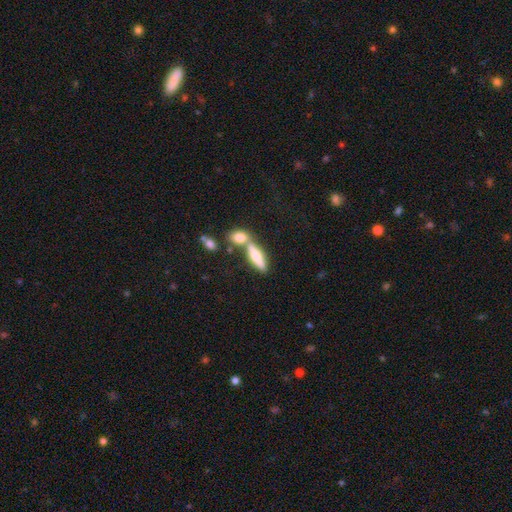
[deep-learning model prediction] A smooth galaxy with no disk features (63%) that is cigar-shaped (57%). Merging: none (48%).